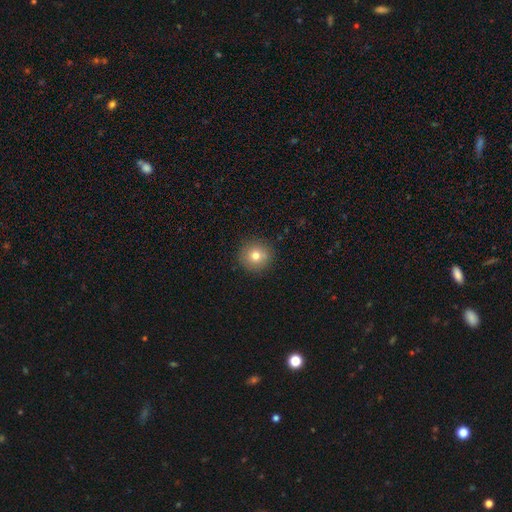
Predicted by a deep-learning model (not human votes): Smooth or featured?
  - smooth: 77% *
  - featured or disk: 12%
  - star or artifact: 12%
How rounded?
  - round: 93% *
  - in between: 6%
  - cigar-shaped: 1%
Merging?
  - none: 88% *
  - minor disturbance: 8%
  - major disturbance: 2%
  - merger: 2%